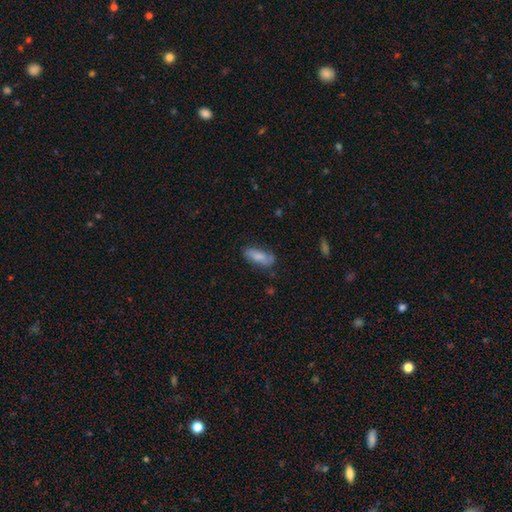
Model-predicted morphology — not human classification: Overall: smooth (65%; featured or disk 26%). How rounded: in between (71%). Merging: none (71%).